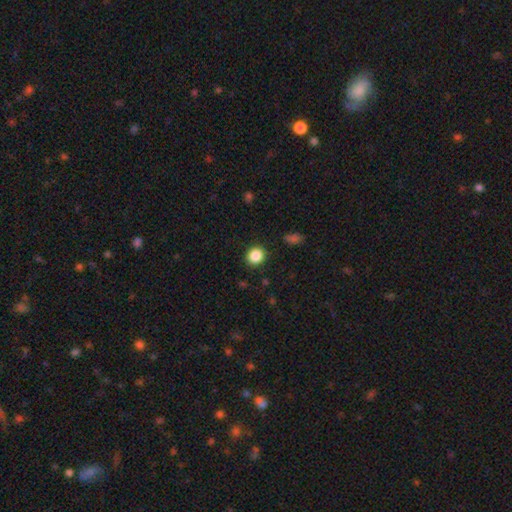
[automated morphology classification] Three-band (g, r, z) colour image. It shows a smooth galaxy with no disk features (86%) that is round (75%). Merging: none (89%).